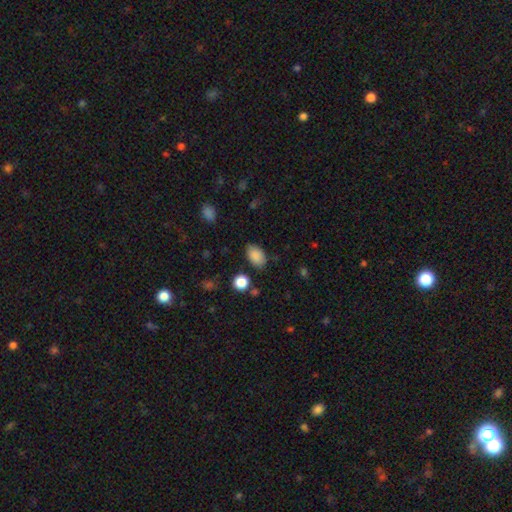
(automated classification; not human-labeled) The model was most divided on "merging": none: 79%, minor disturbance: 14%, major disturbance: 4%, merger: 3%. More confident: how rounded — in between (87%); smooth or featured — smooth (87%).